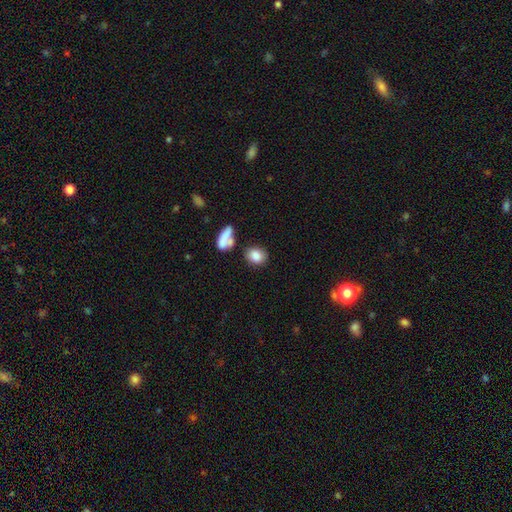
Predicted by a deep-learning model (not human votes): Smooth or featured: smooth — 83% (star or artifact — 9%)
How rounded: in between — 51% (round — 47%)
Merging: none — 70% (minor disturbance — 13%)